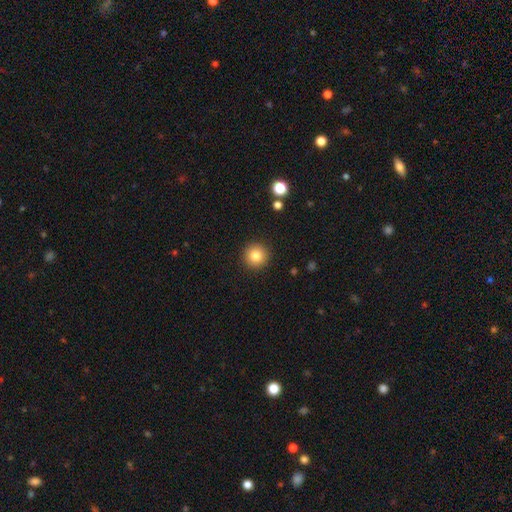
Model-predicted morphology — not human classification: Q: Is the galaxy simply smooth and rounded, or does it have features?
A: smooth — 83%.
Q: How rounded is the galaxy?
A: round — 95%.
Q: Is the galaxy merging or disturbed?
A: none — 92%.